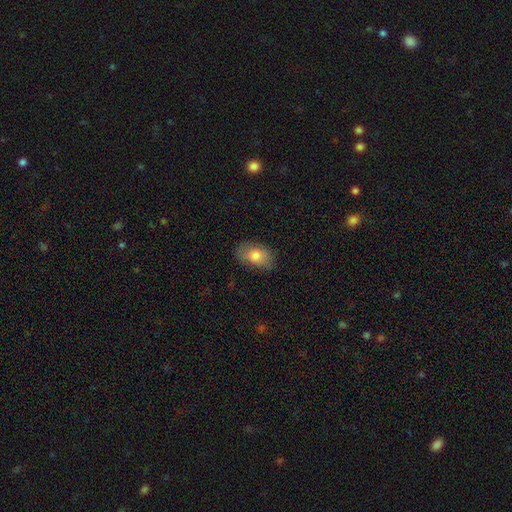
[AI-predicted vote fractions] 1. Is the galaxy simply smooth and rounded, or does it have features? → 78% smooth, 14% featured or disk, 8% star or artifact.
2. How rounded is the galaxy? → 88% in between, 11% round, 2% cigar-shaped.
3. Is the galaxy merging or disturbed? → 76% none, 18% minor disturbance, 4% major disturbance, 1% merger.